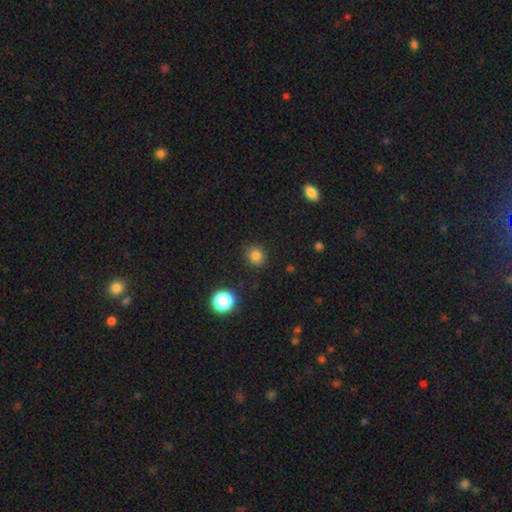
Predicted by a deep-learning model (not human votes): Morphology: type=smooth (80%); roundness=round (76%); merging=none (87%).